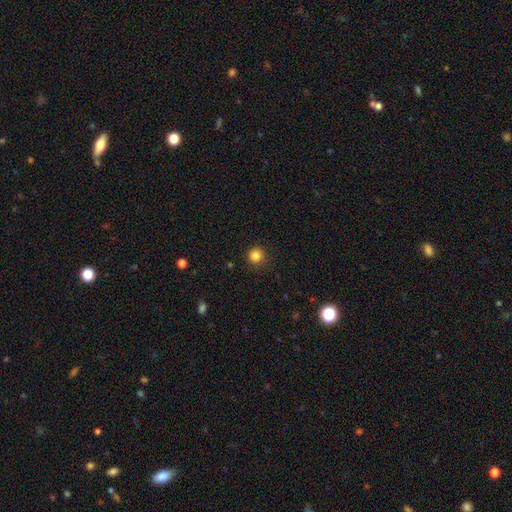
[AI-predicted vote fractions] A smooth galaxy with no disk features (84%) that is round (95%). Merging: none (90%).